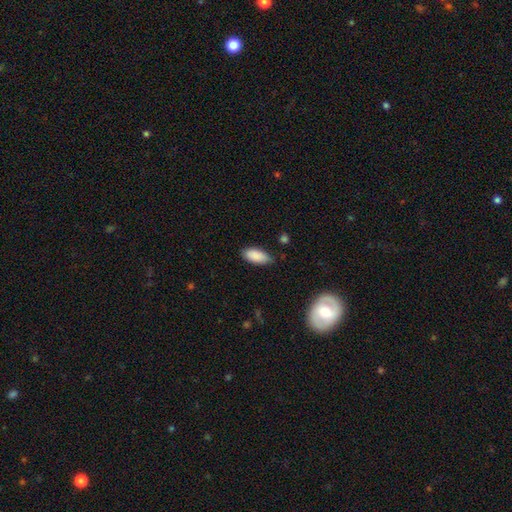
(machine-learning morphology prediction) Smooth or featured: smooth — 88% (star or artifact — 6%)
How rounded: in between — 87% (cigar-shaped — 11%)
Merging: none — 78% (minor disturbance — 18%)